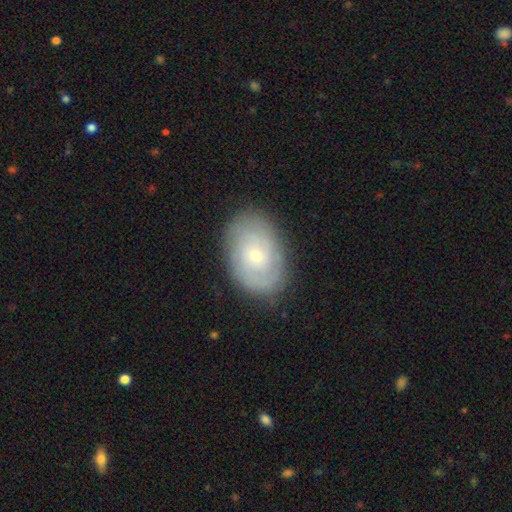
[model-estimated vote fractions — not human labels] smooth_or_featured: featured or disk (p=0.60) [alt: smooth p=0.33]
disk_edge_on: no (p=0.95) [alt: yes p=0.05]
bar: no (p=0.74) [alt: weak p=0.23]
has_spiral_arms: yes (p=0.79) [alt: no p=0.21]
bulge_size: small (p=0.67) [alt: moderate p=0.29]
merging: none (p=0.83) [alt: minor disturbance p=0.13]